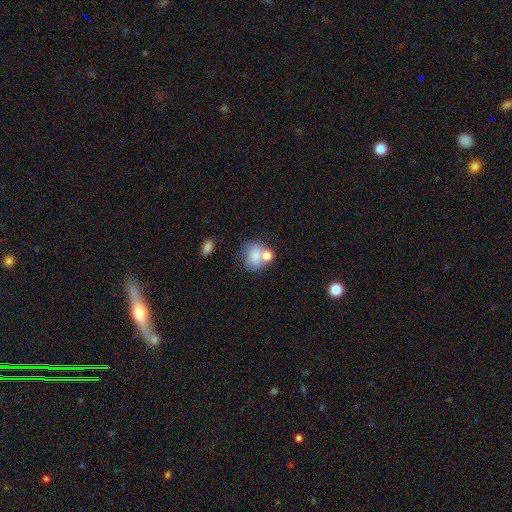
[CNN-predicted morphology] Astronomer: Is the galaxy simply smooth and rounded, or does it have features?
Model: smooth — 76%.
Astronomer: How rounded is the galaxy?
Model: round — 64%.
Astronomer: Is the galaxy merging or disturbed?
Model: none — 41% (runner-up: merger, 37%).